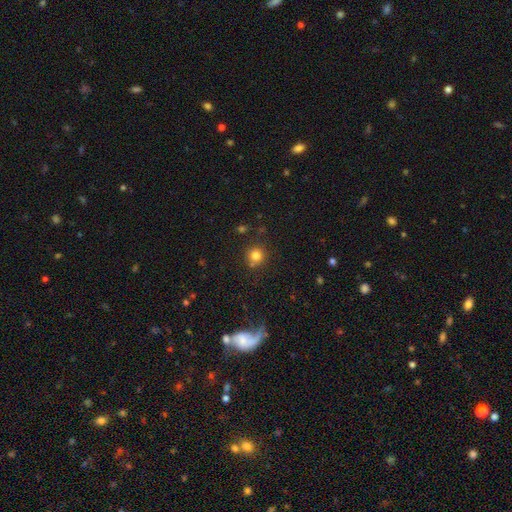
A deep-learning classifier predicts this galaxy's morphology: Q: Smooth or featured?
A: smooth (80%); runner-up: star or artifact (14%)
Q: How rounded?
A: round (90%); runner-up: in between (9%)
Q: Merging?
A: none (79%); runner-up: minor disturbance (11%)